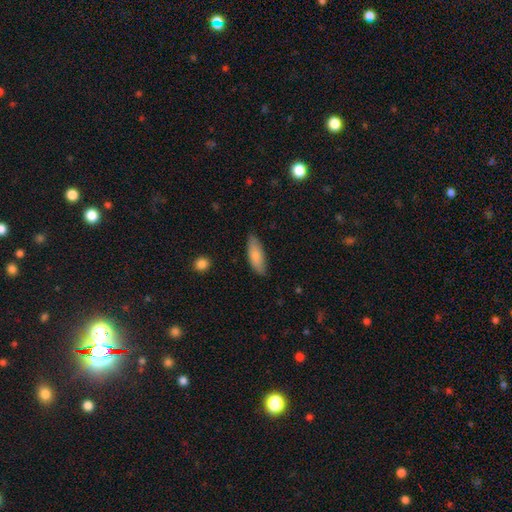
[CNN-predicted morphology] Smooth or featured?
  - smooth: 80% *
  - featured or disk: 14%
  - star or artifact: 6%
How rounded?
  - in between: 67% *
  - cigar-shaped: 31%
  - round: 2%
Merging?
  - none: 82% *
  - minor disturbance: 15%
  - major disturbance: 2%
  - merger: 1%